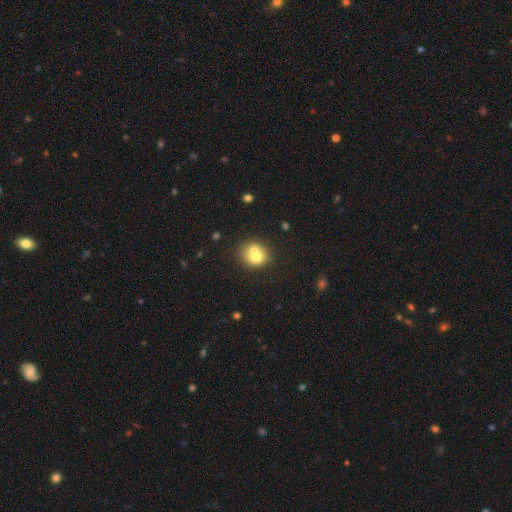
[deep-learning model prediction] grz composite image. It shows a smooth galaxy with no disk features (68%) that is round (80%). Merging: merger (45%).